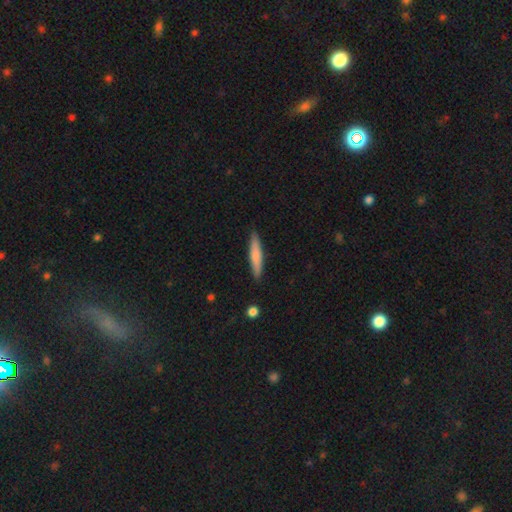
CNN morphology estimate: smooth-or-featured: smooth: 72% | featured or disk: 22% | star or artifact: 6%
  how-rounded: cigar-shaped: 90% | in between: 9% | round: 1%
  merging: none: 89% | minor disturbance: 8% | major disturbance: 2% | merger: 1%